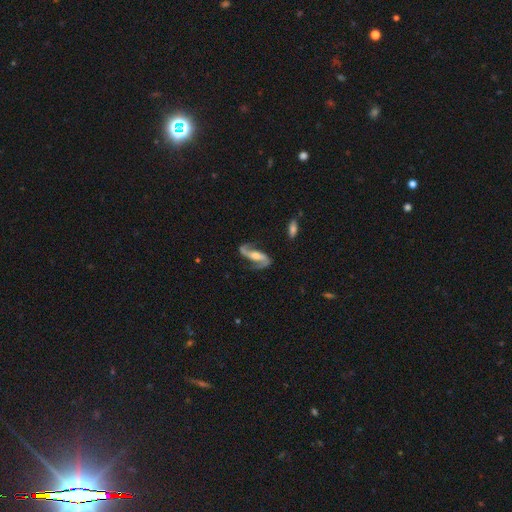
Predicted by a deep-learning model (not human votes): Smooth or featured?
  - featured or disk: 89% *
  - smooth: 6%
  - star or artifact: 5%
Edge-on disk?
  - no: 95% *
  - yes: 5%
Bar?
  - strong: 36% *
  - weak: 33%
  - no: 31%
Spiral arms?
  - yes: 97% *
  - no: 3%
Spiral winding?
  - loose: 47% *
  - medium: 41%
  - tight: 12%
Spiral arm count?
  - 2: 93% *
  - 1: 3%
  - can't tell: 2%
  - 3: 1%
  - 4: 1%
  - more than 4: 1%
Bulge size?
  - moderate: 55% *
  - small: 26%
  - large: 12%
  - none: 5%
  - dominant: 2%
Merging?
  - none: 74% *
  - minor disturbance: 15%
  - major disturbance: 8%
  - merger: 2%